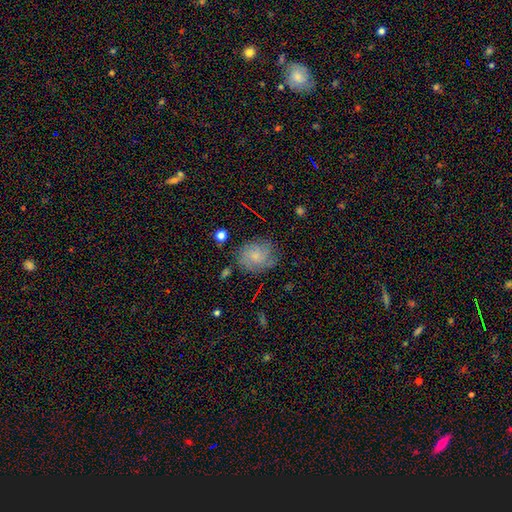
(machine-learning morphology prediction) Overall: smooth (47%; featured or disk 42%). Merging: none (71%).